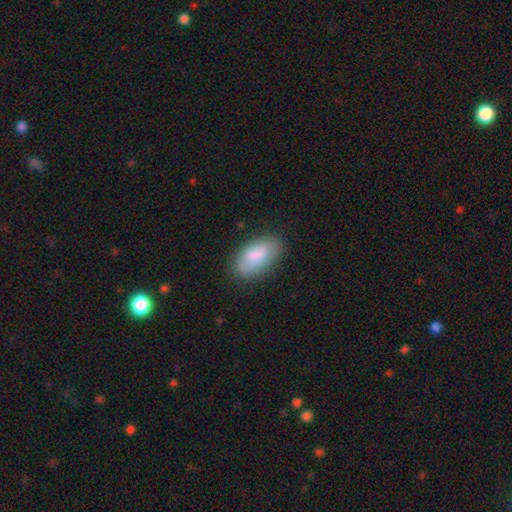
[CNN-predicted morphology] smooth-or-featured: smooth: 83% | featured or disk: 10% | star or artifact: 6%
  how-rounded: in between: 94% | cigar-shaped: 3% | round: 3%
  merging: none: 78% | minor disturbance: 16% | major disturbance: 4% | merger: 2%